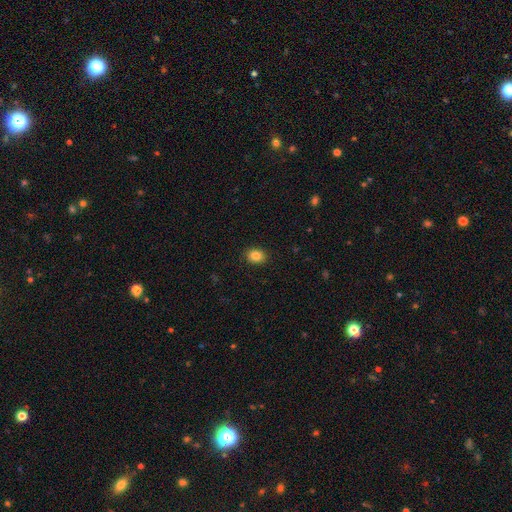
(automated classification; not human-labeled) smooth-or-featured: smooth: 85% | star or artifact: 10% | featured or disk: 5%
  how-rounded: round: 52% | in between: 47% | cigar-shaped: 1%
  merging: none: 90% | minor disturbance: 8% | major disturbance: 2% | merger: 1%